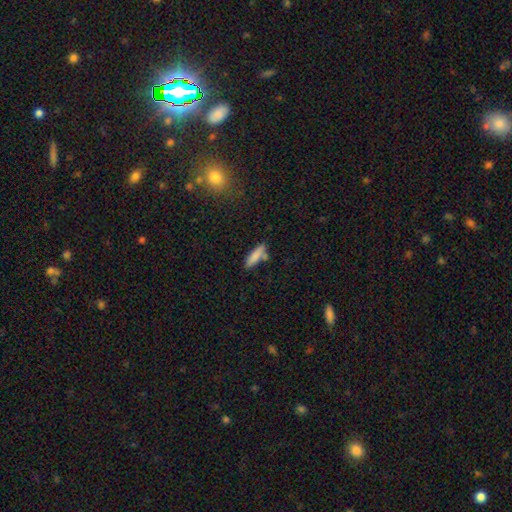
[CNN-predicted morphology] Q: Smooth or featured?
A: smooth (81%); runner-up: featured or disk (11%)
Q: How rounded?
A: cigar-shaped (65%); runner-up: in between (33%)
Q: Merging?
A: none (63%); runner-up: minor disturbance (19%)